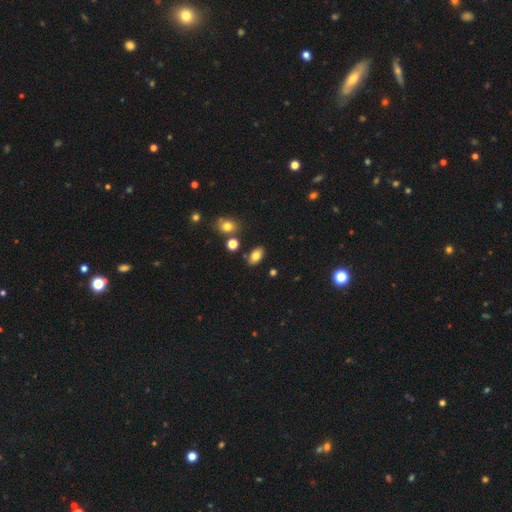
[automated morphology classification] smooth-or-featured: smooth: 80% | star or artifact: 10% | featured or disk: 10%
  how-rounded: in between: 89% | round: 9% | cigar-shaped: 2%
  merging: none: 82% | minor disturbance: 11% | merger: 5% | major disturbance: 3%